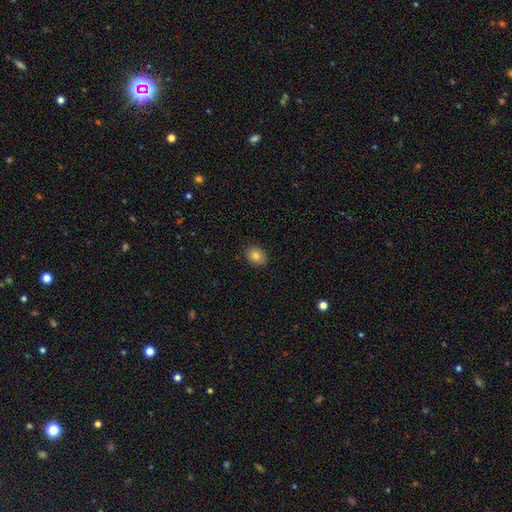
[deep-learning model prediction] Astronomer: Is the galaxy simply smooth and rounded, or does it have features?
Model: smooth — 83%.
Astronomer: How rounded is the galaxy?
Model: in between — 62% (runner-up: round, 37%).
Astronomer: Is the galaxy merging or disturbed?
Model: none — 89%.